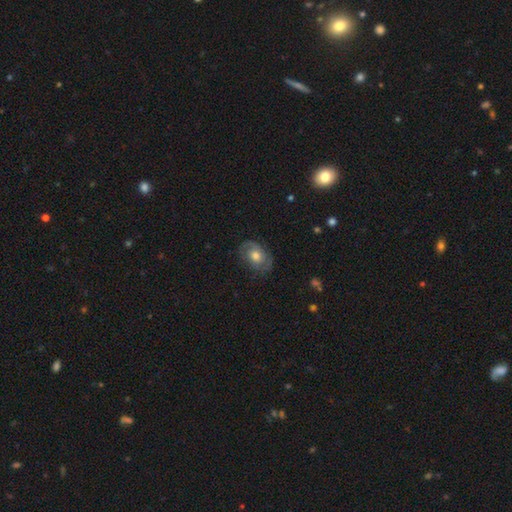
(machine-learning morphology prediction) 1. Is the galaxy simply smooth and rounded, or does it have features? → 56% featured or disk, 36% smooth, 7% star or artifact.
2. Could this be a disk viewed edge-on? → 95% no, 5% yes.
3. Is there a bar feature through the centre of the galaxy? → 80% no, 17% weak, 3% strong.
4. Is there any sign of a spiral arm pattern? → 75% yes, 25% no.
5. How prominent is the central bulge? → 65% moderate, 23% large, 9% small, 2% dominant, 2% none.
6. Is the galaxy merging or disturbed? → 71% none, 20% minor disturbance, 8% major disturbance, 1% merger.